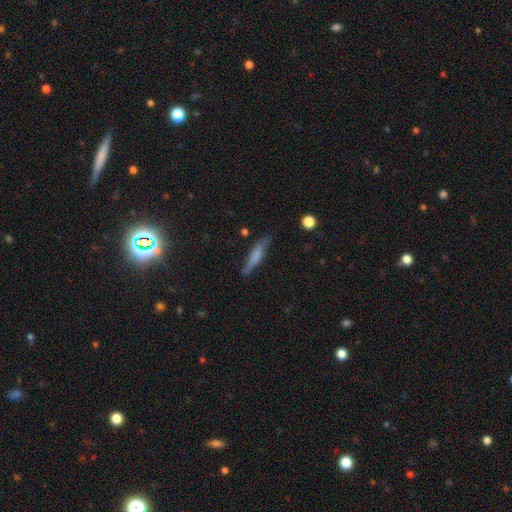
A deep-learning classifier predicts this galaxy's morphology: type=smooth (62%); roundness=cigar-shaped (84%); merging=none (74%).